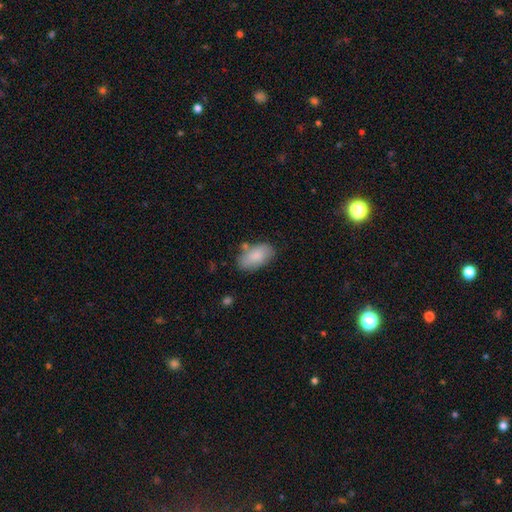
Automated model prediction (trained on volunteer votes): This appears to be a smooth galaxy with no disk features (82%) that is in between round and cigar-shaped (94%). Merging: none (71%).